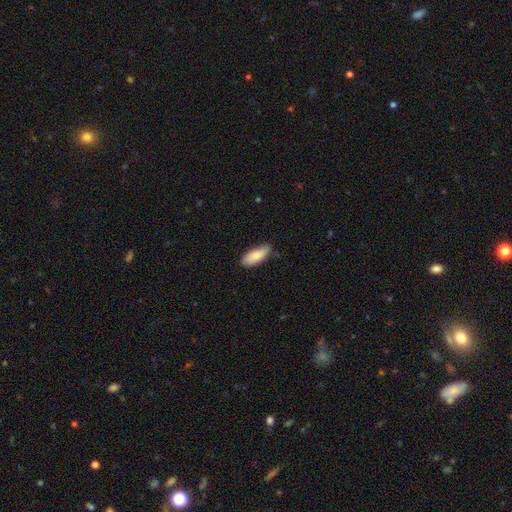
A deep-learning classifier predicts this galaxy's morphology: type=smooth (81%); roundness=in between (80%); merging=none (77%).